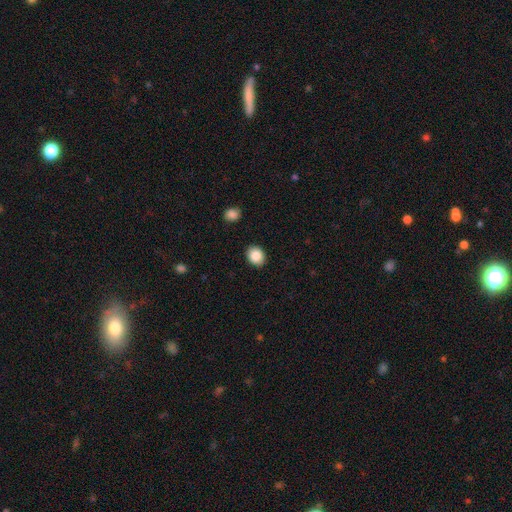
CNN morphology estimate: A smooth galaxy with no disk features (87%) that is round (55%).

Vote fractions:
- Smooth or featured? smooth: 87% / star or artifact: 8% / featured or disk: 5%
- How rounded? round: 55% / in between: 45% / cigar-shaped: 1%
- Merging? none: 90% / minor disturbance: 7% / major disturbance: 2% / merger: 1%